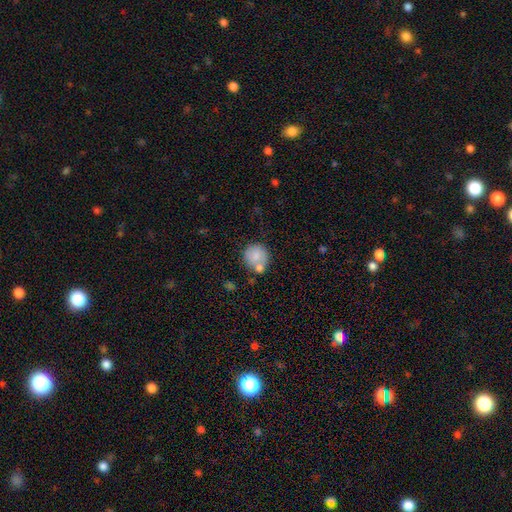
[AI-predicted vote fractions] Smooth or featured? Predicted: smooth (p=0.77). How rounded? Predicted: round (p=0.87). Merging? Predicted: none (p=0.55).